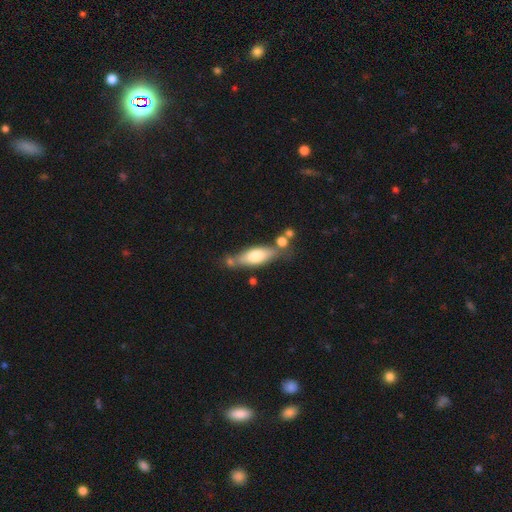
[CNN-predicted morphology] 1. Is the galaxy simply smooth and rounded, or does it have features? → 62% smooth, 32% featured or disk, 6% star or artifact.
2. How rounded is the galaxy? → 56% in between, 42% cigar-shaped, 3% round.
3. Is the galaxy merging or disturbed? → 59% none, 18% minor disturbance, 17% merger, 6% major disturbance.